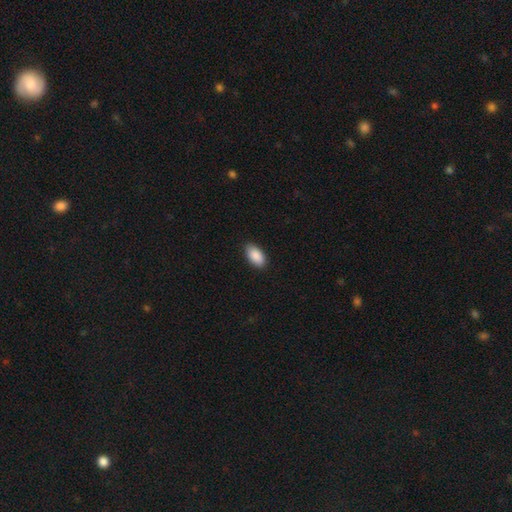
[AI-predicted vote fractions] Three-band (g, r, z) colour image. It shows a smooth galaxy with no disk features (90%) that is in between round and cigar-shaped (95%). Merging: none (87%).